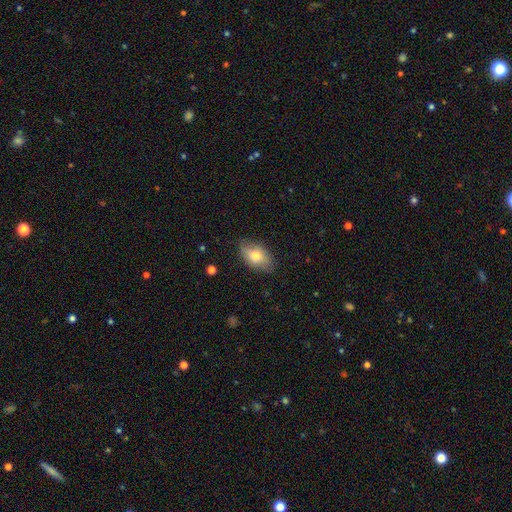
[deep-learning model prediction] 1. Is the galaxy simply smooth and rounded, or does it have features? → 71% smooth, 22% featured or disk, 8% star or artifact.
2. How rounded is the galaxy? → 88% in between, 9% round, 3% cigar-shaped.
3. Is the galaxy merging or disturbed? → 77% none, 18% minor disturbance, 4% major disturbance, 1% merger.